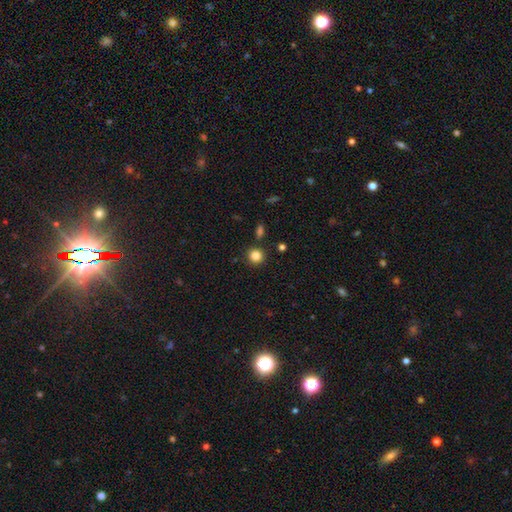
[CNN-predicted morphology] Overall: smooth (84%). How rounded: round (92%). Merging: none (87%).